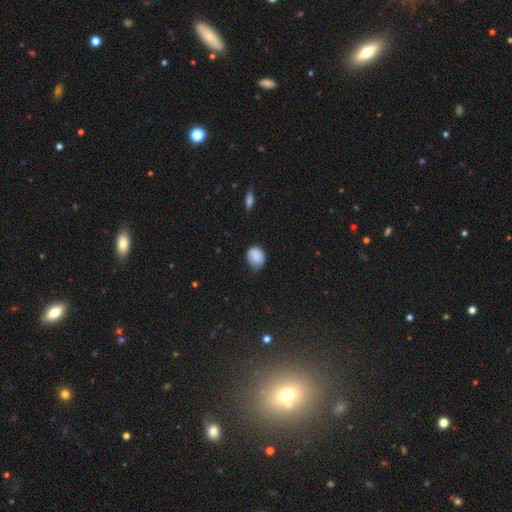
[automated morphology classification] Smooth or featured?
  - smooth: 86% *
  - star or artifact: 8%
  - featured or disk: 6%
How rounded?
  - round: 60% *
  - in between: 39%
  - cigar-shaped: 1%
Merging?
  - none: 63% *
  - minor disturbance: 30%
  - major disturbance: 5%
  - merger: 1%